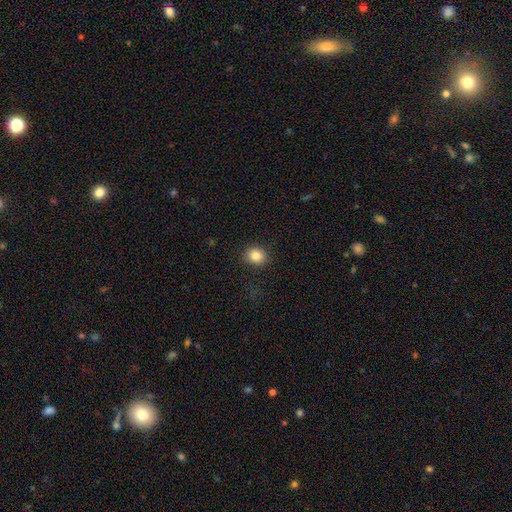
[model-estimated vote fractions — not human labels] A smooth galaxy with no disk features (84%) that is round (73%).

Vote fractions:
- Smooth or featured? smooth: 84% / star or artifact: 10% / featured or disk: 5%
- How rounded? round: 73% / in between: 27% / cigar-shaped: 1%
- Merging? none: 88% / minor disturbance: 8% / major disturbance: 3% / merger: 1%